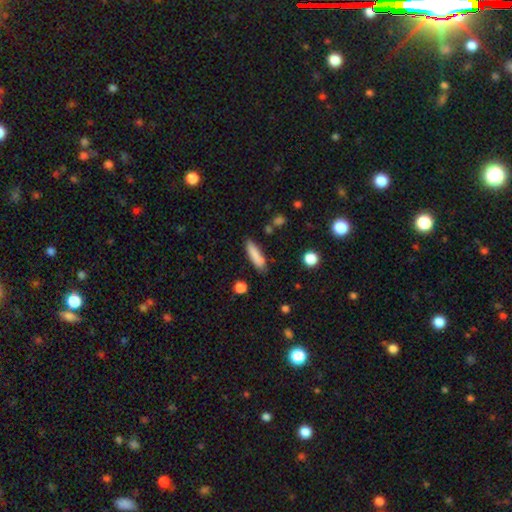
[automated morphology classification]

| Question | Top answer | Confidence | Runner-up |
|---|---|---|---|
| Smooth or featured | smooth | 83% | featured or disk (10%) |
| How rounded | cigar-shaped | 71% | in between (27%) |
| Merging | none | 77% | minor disturbance (15%) |